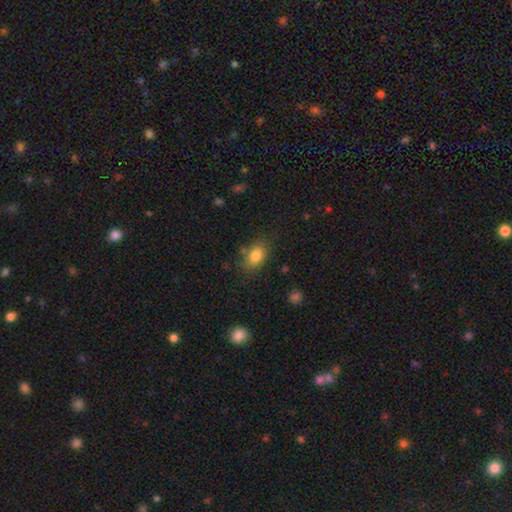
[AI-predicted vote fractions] Morphology: type=smooth (83%); roundness=in between (81%); merging=none (74%).